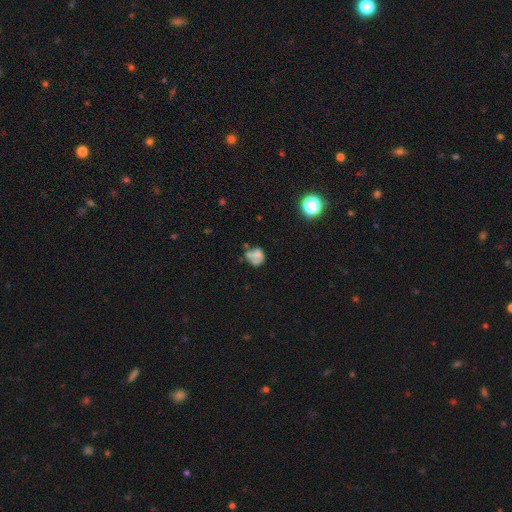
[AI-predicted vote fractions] Morphology: type=smooth (50%); roundness=round (58%); merging=none (33%).